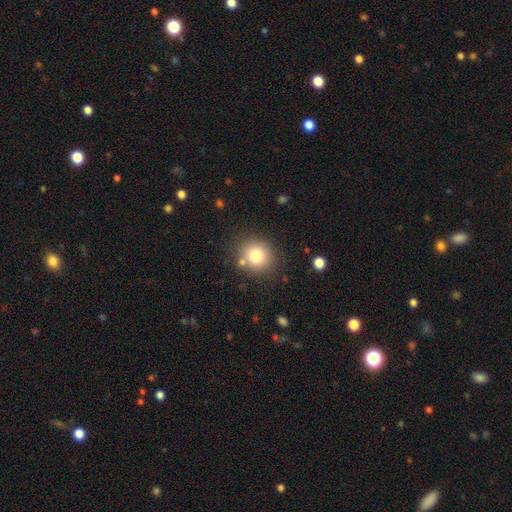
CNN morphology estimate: Q: Smooth or featured?
A: smooth (78%); runner-up: star or artifact (12%)
Q: How rounded?
A: round (84%); runner-up: in between (15%)
Q: Merging?
A: none (80%); runner-up: minor disturbance (10%)